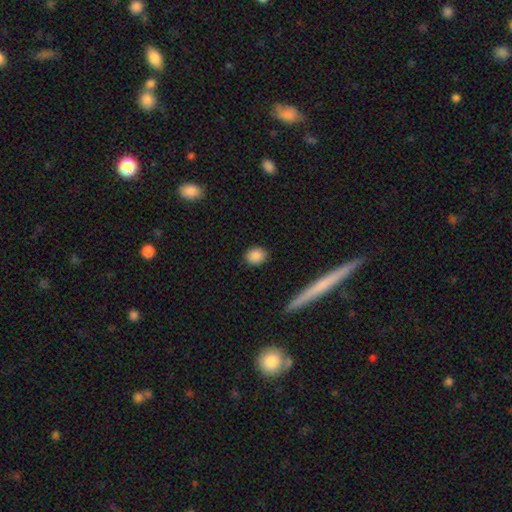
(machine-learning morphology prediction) Smooth or featured? Predicted: smooth (p=0.87). How rounded? Predicted: round (p=0.69). Merging? Predicted: none (p=0.89).